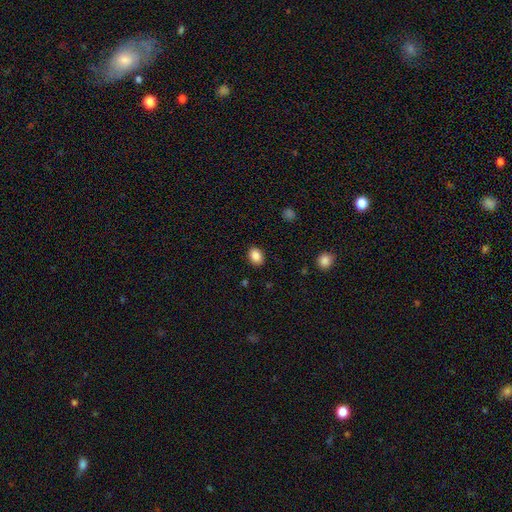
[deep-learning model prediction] Morphology: type=smooth (86%); roundness=in between (64%); merging=none (89%).